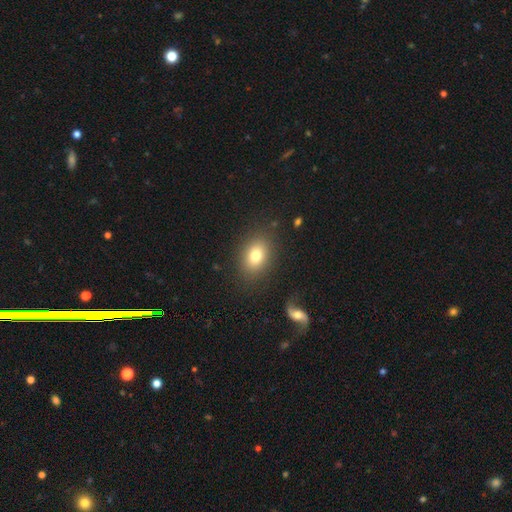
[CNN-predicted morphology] smooth 77%, featured or disk 12%, star or artifact 10%. Down the decision tree: how rounded — in between (70%); merging — none (85%).